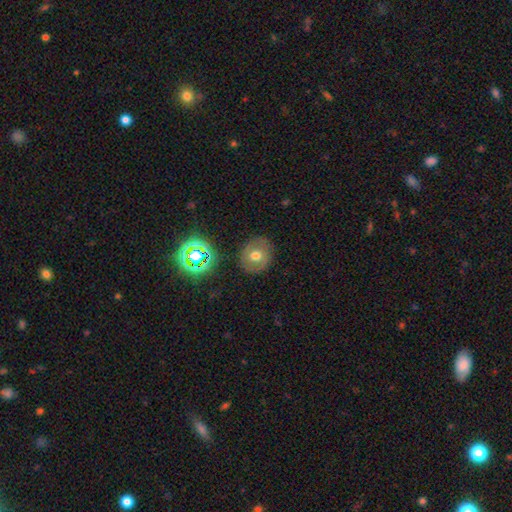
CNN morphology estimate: Q: Smooth or featured?
A: smooth (58%); runner-up: featured or disk (27%)
Q: How rounded?
A: round (74%); runner-up: in between (25%)
Q: Merging?
A: none (84%); runner-up: minor disturbance (11%)